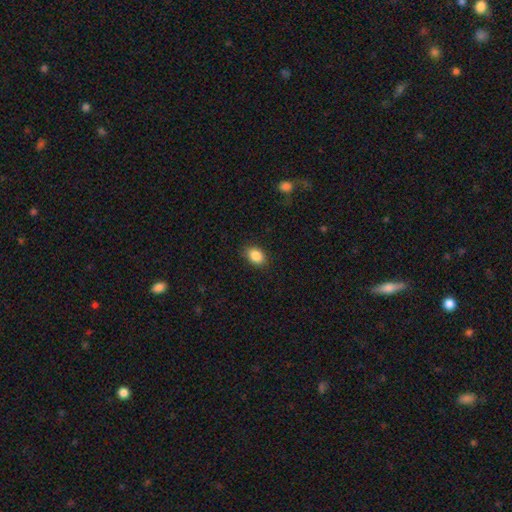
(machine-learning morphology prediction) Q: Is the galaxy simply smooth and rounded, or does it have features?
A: smooth — 87%.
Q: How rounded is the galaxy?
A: in between — 77%.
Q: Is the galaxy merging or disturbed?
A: none — 86%.